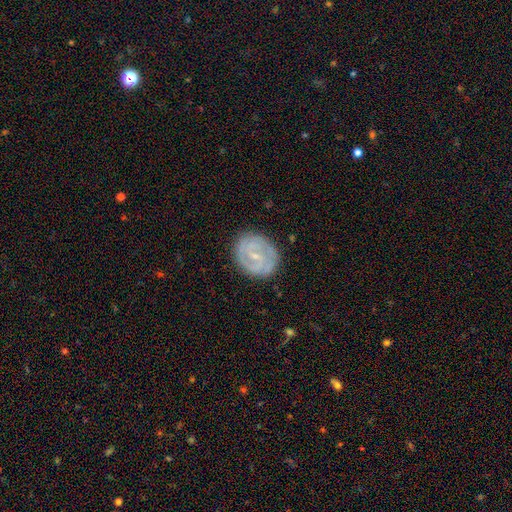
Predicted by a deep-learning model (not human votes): Smooth or featured?
  - featured or disk: 74% *
  - smooth: 19%
  - star or artifact: 7%
Edge-on disk?
  - no: 97% *
  - yes: 3%
Bar?
  - weak: 48% *
  - no: 37%
  - strong: 15%
Spiral arms?
  - yes: 87% *
  - no: 13%
Spiral winding?
  - tight: 57% *
  - medium: 32%
  - loose: 10%
Spiral arm count?
  - 2: 60% *
  - can't tell: 22%
  - 3: 9%
  - 1: 4%
  - 4: 3%
  - more than 4: 3%
Bulge size?
  - small: 72% *
  - moderate: 19%
  - none: 7%
  - large: 1%
  - dominant: 1%
Merging?
  - none: 82% *
  - minor disturbance: 13%
  - major disturbance: 4%
  - merger: 1%